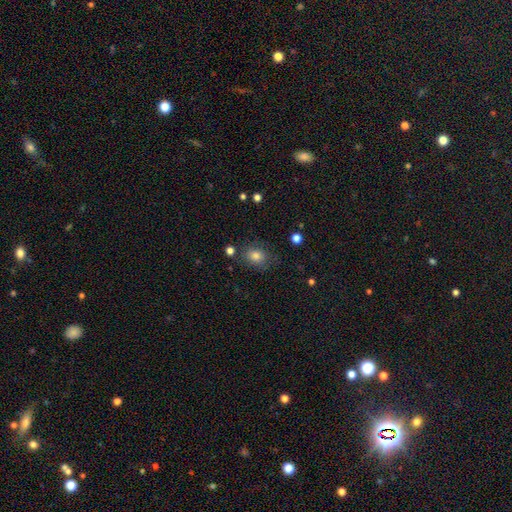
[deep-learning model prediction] This appears to be a smooth galaxy with no disk features (78%) that is round (51%). Merging: none (77%).